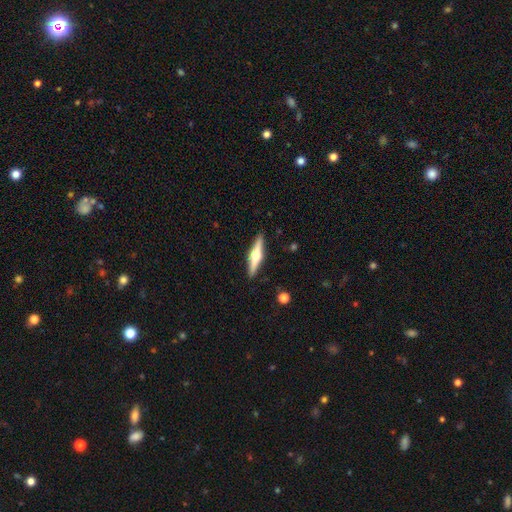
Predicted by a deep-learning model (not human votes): Smooth or featured? featured or disk (70%)
Edge-on disk? yes (97%)
Edge-on bulge? rounded (95%)
Merging? none (91%)